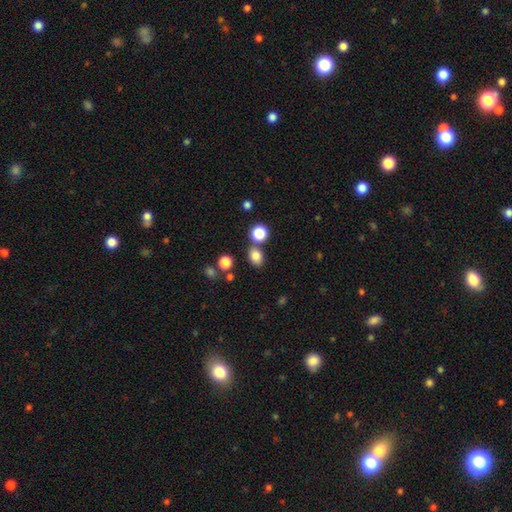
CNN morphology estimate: Smooth or featured? Predicted: smooth (p=0.81). How rounded? Predicted: in between (p=0.59). Merging? Predicted: none (p=0.71).